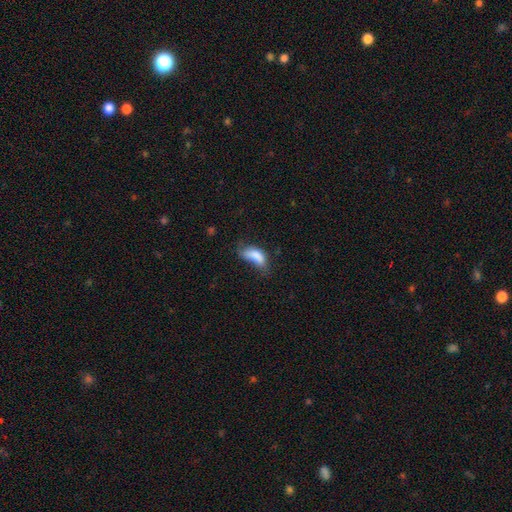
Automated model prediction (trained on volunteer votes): smooth_or_featured: smooth (p=0.75) [alt: featured or disk p=0.16]
how_rounded: in between (p=0.86) [alt: cigar-shaped p=0.11]
merging: minor disturbance (p=0.33) [alt: major disturbance p=0.30]